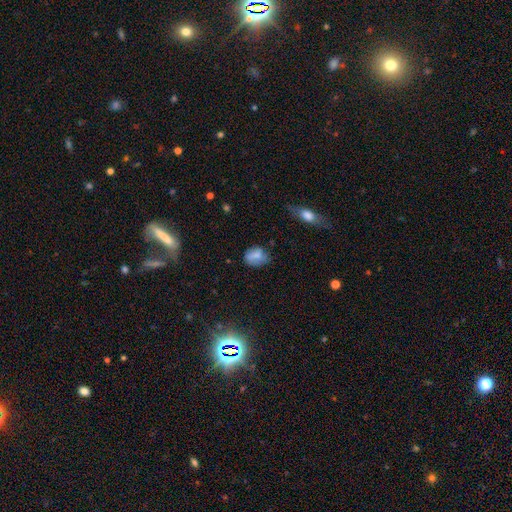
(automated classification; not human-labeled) This appears to be a smooth galaxy with no disk features (71%) that is in between round and cigar-shaped (66%). Merging: none (53%).